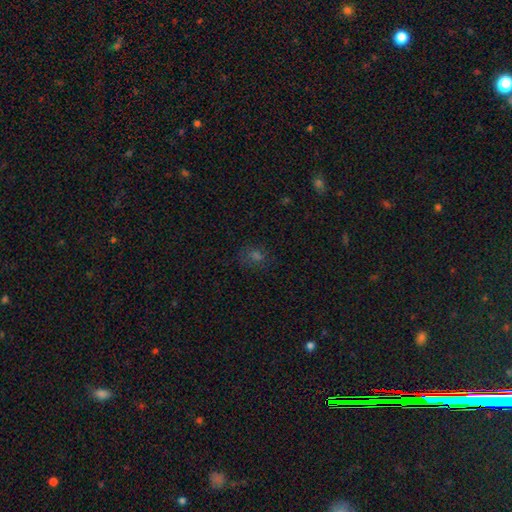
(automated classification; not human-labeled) Smooth or featured?
  - smooth: 53% *
  - star or artifact: 35%
  - featured or disk: 12%
How rounded?
  - round: 53% *
  - in between: 45%
  - cigar-shaped: 2%
Merging?
  - none: 74% *
  - minor disturbance: 16%
  - major disturbance: 7%
  - merger: 2%